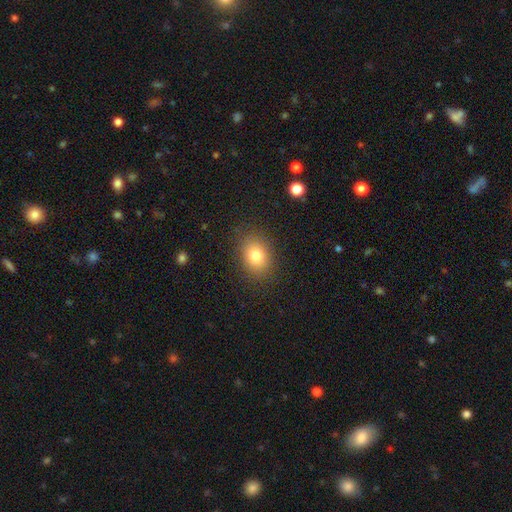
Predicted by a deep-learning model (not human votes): smooth_or_featured: smooth (p=0.81) [alt: star or artifact p=0.11]
how_rounded: in between (p=0.67) [alt: round p=0.32]
merging: none (p=0.86) [alt: minor disturbance p=0.10]